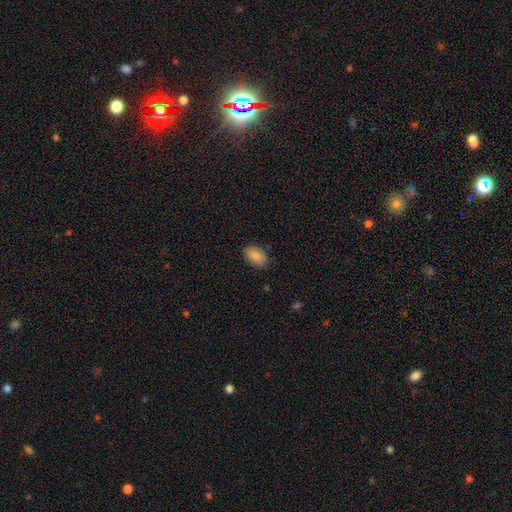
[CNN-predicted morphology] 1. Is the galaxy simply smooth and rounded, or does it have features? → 87% smooth, 7% star or artifact, 6% featured or disk.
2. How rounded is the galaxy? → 88% in between, 11% round, 1% cigar-shaped.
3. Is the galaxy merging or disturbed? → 83% none, 13% minor disturbance, 3% major disturbance, 1% merger.